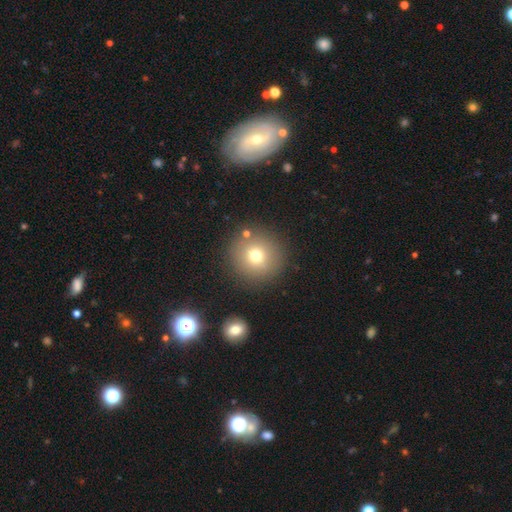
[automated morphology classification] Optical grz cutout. It shows a smooth galaxy with no disk features (72%) that is round (95%). Merging: none (84%).